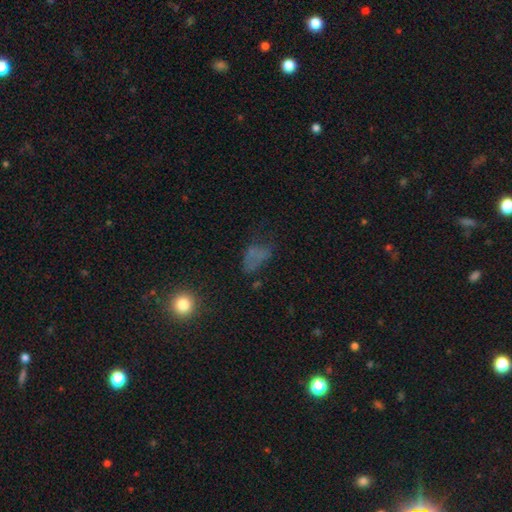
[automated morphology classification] Smooth or featured? Predicted: smooth (p=0.52). How rounded? Predicted: in between (p=0.78). Merging? Predicted: none (p=0.39).